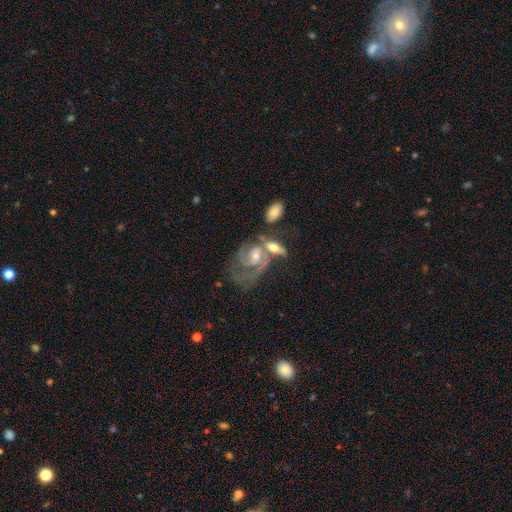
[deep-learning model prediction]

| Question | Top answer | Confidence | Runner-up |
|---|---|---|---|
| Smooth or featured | featured or disk | 82% | smooth (12%) |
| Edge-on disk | no | 96% | yes (4%) |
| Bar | no | 59% | weak (33%) |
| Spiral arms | yes | 92% | no (8%) |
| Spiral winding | tight | 45% | medium (40%) |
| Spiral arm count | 2 | 48% | can't tell (19%) |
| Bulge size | moderate | 47% | small (45%) |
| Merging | merger | 39% | none (25%) |